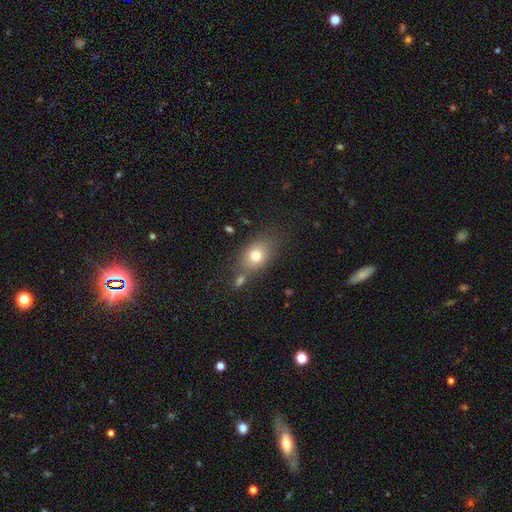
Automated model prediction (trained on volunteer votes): smooth-or-featured: smooth: 76% | featured or disk: 14% | star or artifact: 11%
  how-rounded: in between: 69% | round: 29% | cigar-shaped: 2%
  merging: none: 62% | merger: 17% | minor disturbance: 15% | major disturbance: 6%